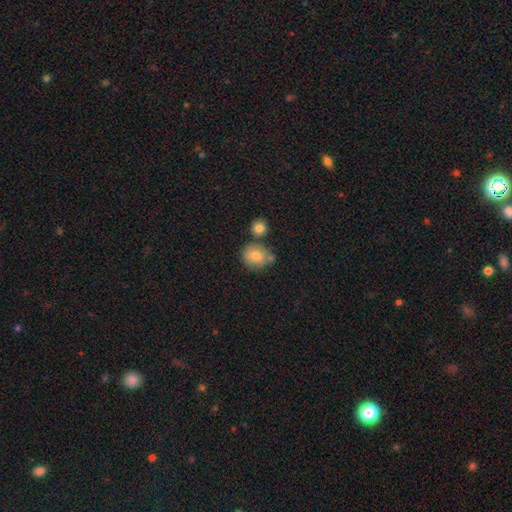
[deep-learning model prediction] Smooth or featured? Predicted: smooth (p=0.79). How rounded? Predicted: round (p=0.69). Merging? Predicted: none (p=0.61).